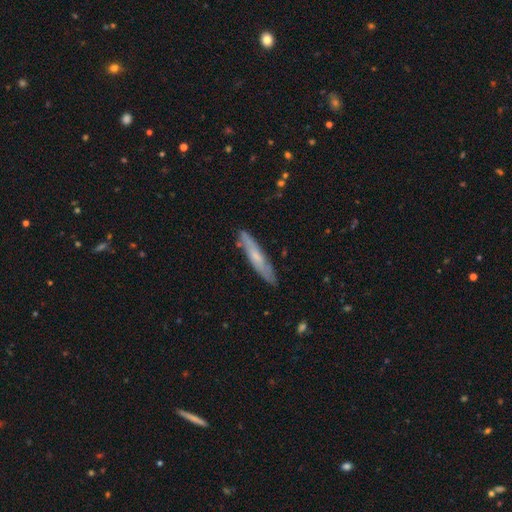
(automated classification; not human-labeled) Smooth or featured?
  - smooth: 48% *
  - featured or disk: 46%
  - star or artifact: 6%
Merging?
  - none: 83% *
  - minor disturbance: 13%
  - major disturbance: 2%
  - merger: 2%